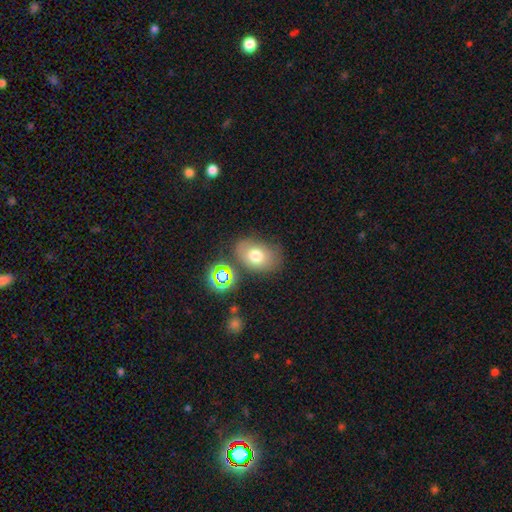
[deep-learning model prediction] Overall: smooth (70%). How rounded: in between (77%). Merging: none (68%).